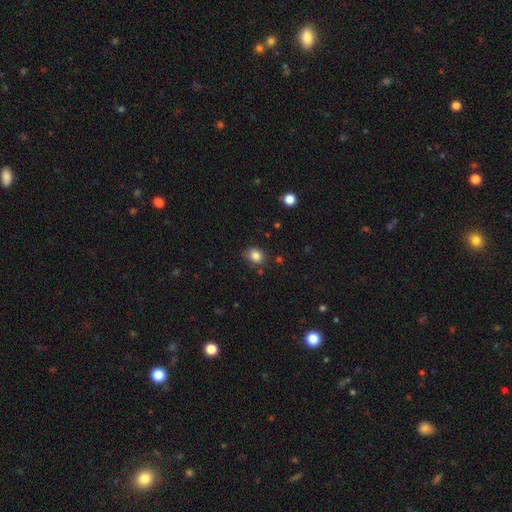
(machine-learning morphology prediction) type=smooth (83%); roundness=round (50%); merging=none (72%).